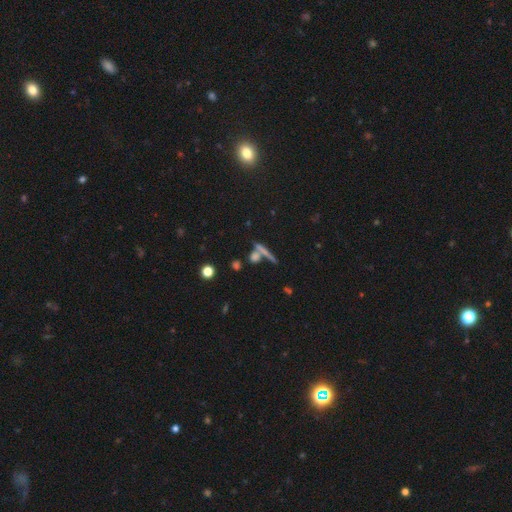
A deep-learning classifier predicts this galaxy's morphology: This is likely a smooth galaxy (63%). How rounded: marginally cigar-shaped (41%). Merging: possibly none (58%).